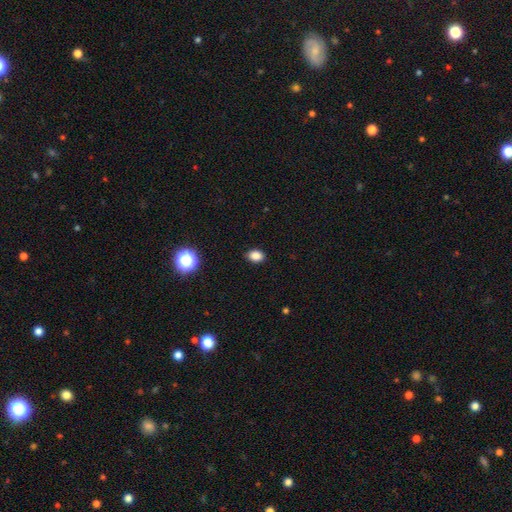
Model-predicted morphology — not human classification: smooth_or_featured: smooth (p=0.85) [alt: star or artifact p=0.12]
how_rounded: in between (p=0.76) [alt: round p=0.23]
merging: none (p=0.89) [alt: minor disturbance p=0.08]